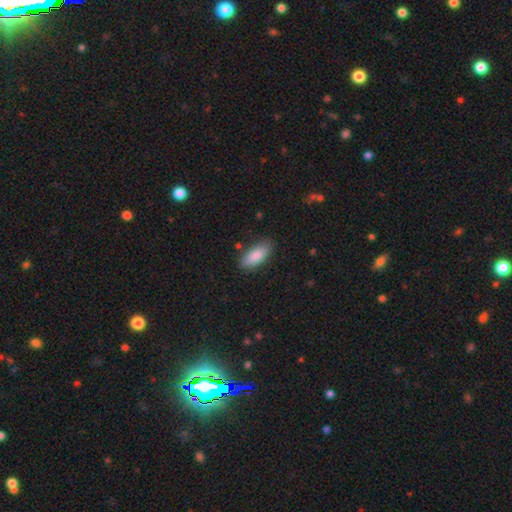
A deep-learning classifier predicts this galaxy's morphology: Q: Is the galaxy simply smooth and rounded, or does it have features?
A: smooth — 86%.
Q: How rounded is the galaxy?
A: in between — 80%.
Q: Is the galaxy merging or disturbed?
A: none — 83%.